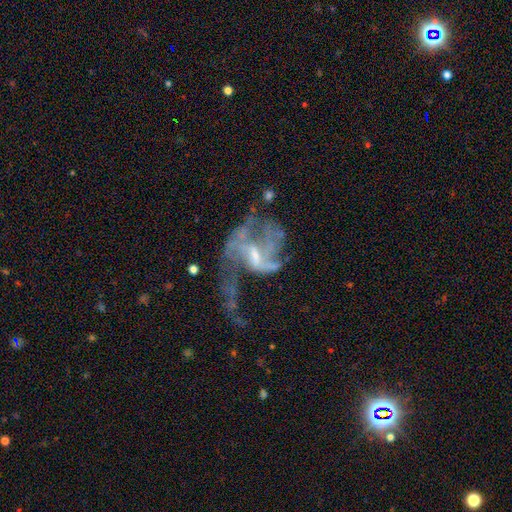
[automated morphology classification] Overall: featured or disk (80%). Edge-on disk: no (97%). Bar: weak (46%; no 37%). Spiral arms: yes (70%; no 30%). Spiral arm count: 2 (38%; can't tell 26%). Spiral winding: loose (67%). Bulge size: small (47%; moderate 31%). Merging: major disturbance (55%; none 21%).